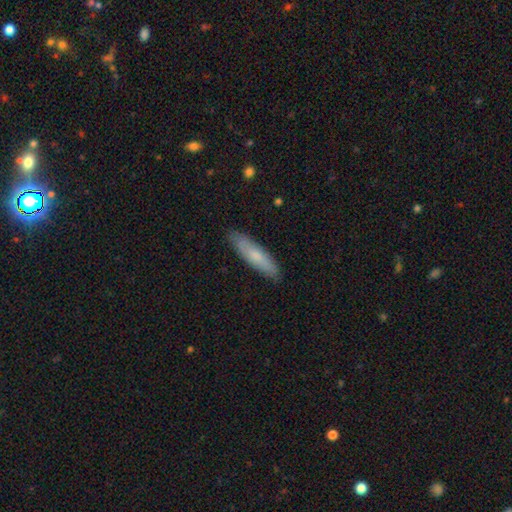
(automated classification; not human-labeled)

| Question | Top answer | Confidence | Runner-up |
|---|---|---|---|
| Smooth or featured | smooth | 72% | featured or disk (23%) |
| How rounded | cigar-shaped | 74% | in between (25%) |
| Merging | none | 86% | minor disturbance (11%) |